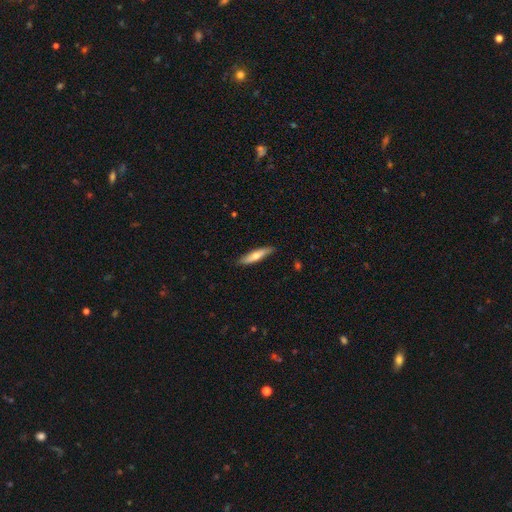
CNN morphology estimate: Smooth or featured: smooth — 60% (featured or disk — 34%)
How rounded: cigar-shaped — 82% (in between — 16%)
Merging: none — 84% (minor disturbance — 13%)